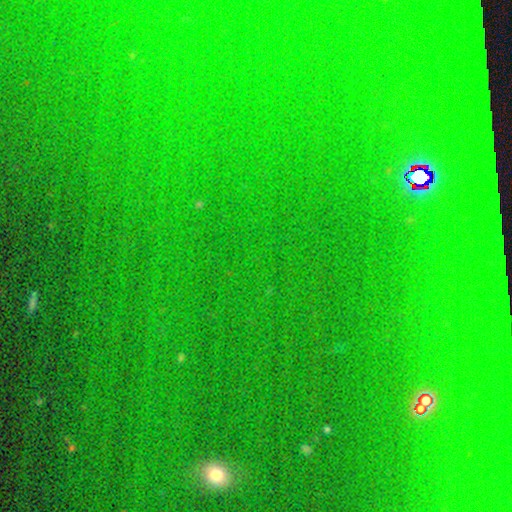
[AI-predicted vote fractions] Smooth or featured? Predicted: star or artifact (p=0.79).